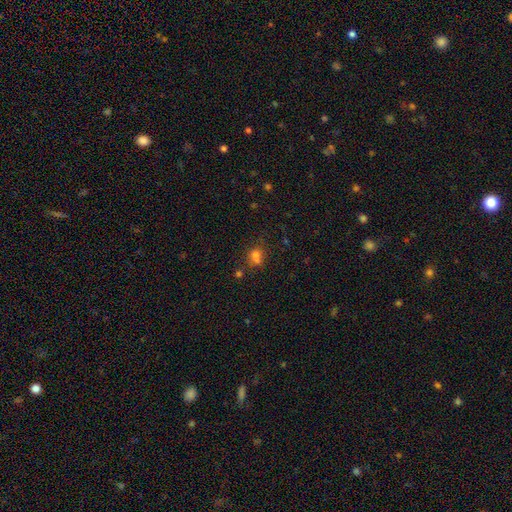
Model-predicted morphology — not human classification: Overall: smooth (67%). How rounded: round (73%). Merging: none (47%; merger 33%).